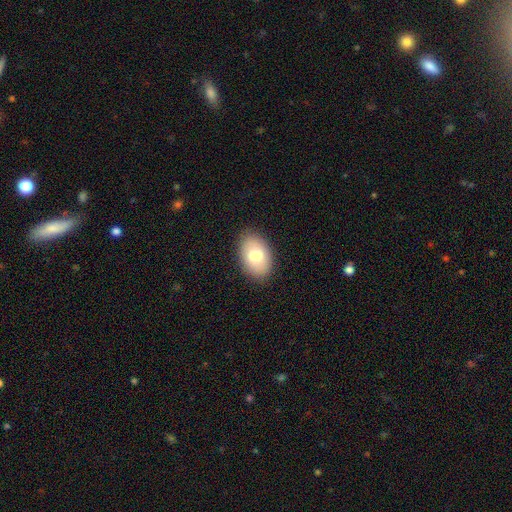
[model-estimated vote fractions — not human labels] Morphology: type=smooth (76%); roundness=in between (86%); merging=none (87%).